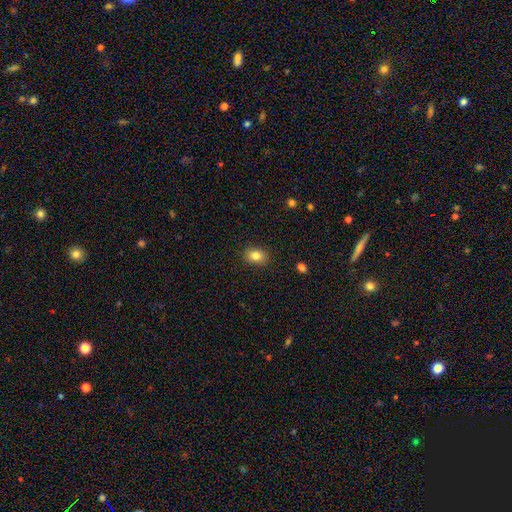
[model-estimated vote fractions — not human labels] smooth-or-featured: smooth: 83% | star or artifact: 9% | featured or disk: 8%
  how-rounded: in between: 73% | round: 26% | cigar-shaped: 1%
  merging: none: 88% | minor disturbance: 9% | major disturbance: 2% | merger: 1%